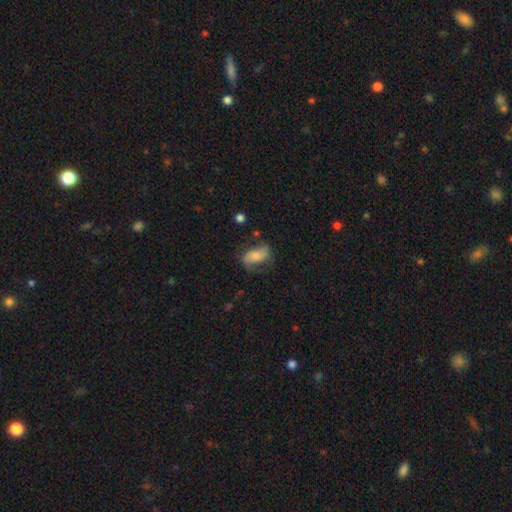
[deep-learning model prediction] Smooth or featured? featured or disk (51%)
Edge-on disk? no (95%)
Merging? none (55%)